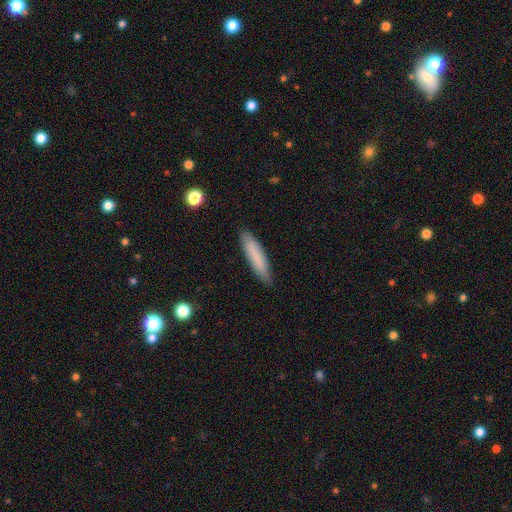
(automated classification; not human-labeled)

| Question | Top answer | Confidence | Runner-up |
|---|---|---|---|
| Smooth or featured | smooth | 81% | featured or disk (13%) |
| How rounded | cigar-shaped | 85% | in between (14%) |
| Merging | none | 87% | minor disturbance (10%) |